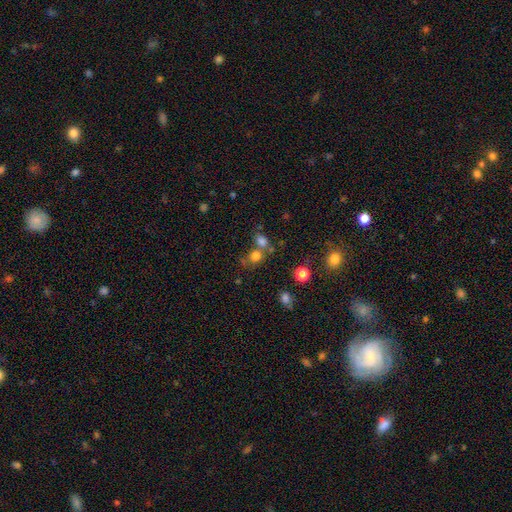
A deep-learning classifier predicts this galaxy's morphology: smooth-or-featured: smooth: 74% | star or artifact: 17% | featured or disk: 9%
  how-rounded: round: 68% | in between: 31% | cigar-shaped: 1%
  merging: none: 48% | merger: 38% | minor disturbance: 9% | major disturbance: 5%